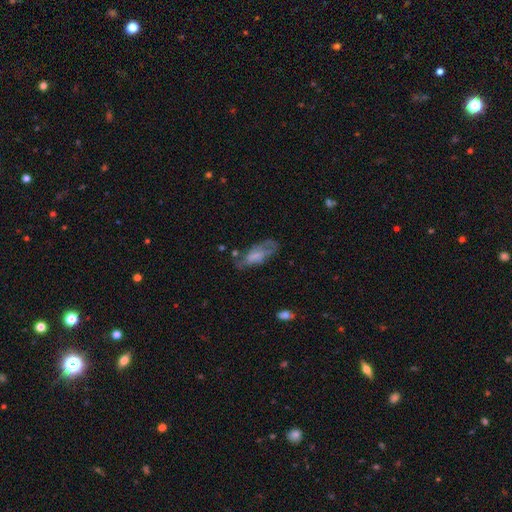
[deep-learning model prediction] Smooth or featured: smooth — 46% (tied with featured or disk — 46%)
Merging: none — 46% (minor disturbance — 28%)